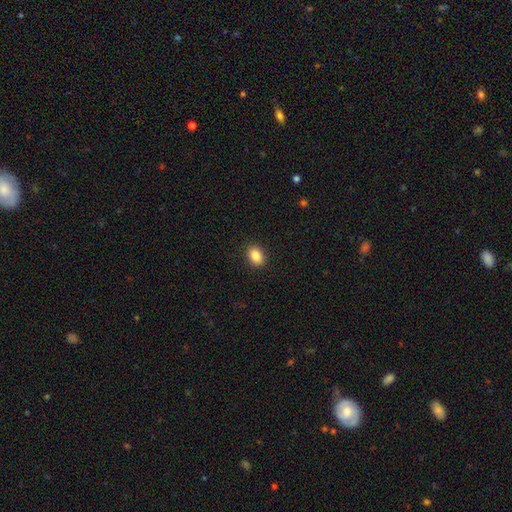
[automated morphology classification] type=smooth (86%); roundness=in between (76%); merging=none (90%).